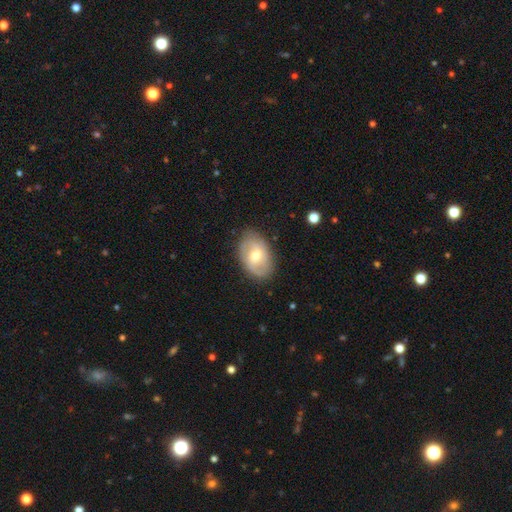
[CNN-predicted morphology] featured or disk 54%, smooth 39%, star or artifact 7%. Down the decision tree: edge-on disk — no (93%); bar — weak (46%); spiral arms — yes (67%); bulge size — moderate (68%); merging — none (80%).